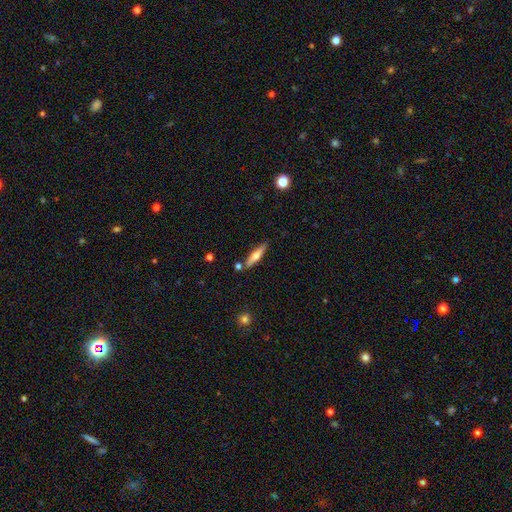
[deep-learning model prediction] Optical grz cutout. It shows a featured or disk galaxy (50%). Merging: none (82%).